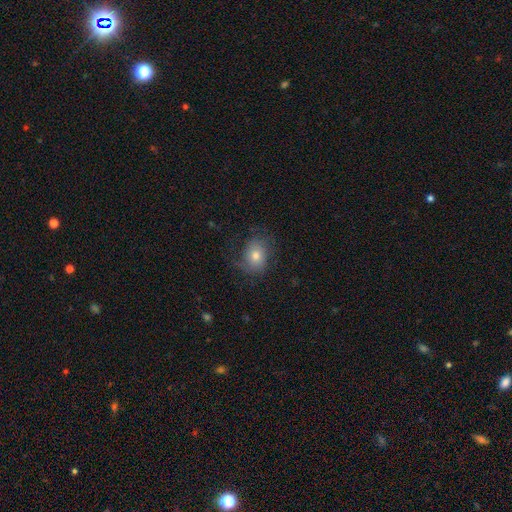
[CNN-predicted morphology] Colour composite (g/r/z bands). It shows a smooth galaxy with no disk features (57%) that is round (52%). Merging: none (61%).